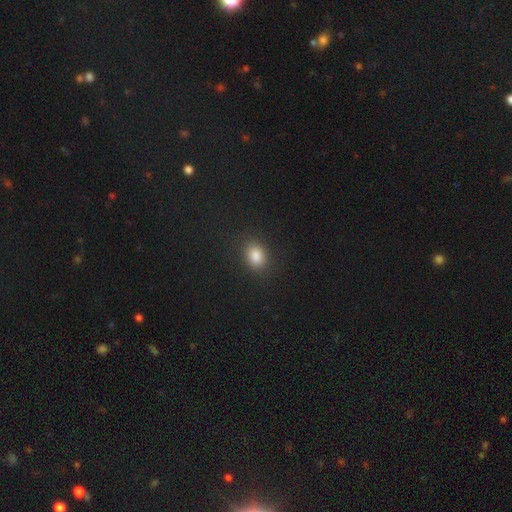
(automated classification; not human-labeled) Smooth or featured? Predicted: smooth (p=0.84). How rounded? Predicted: in between (p=0.65). Merging? Predicted: none (p=0.87).